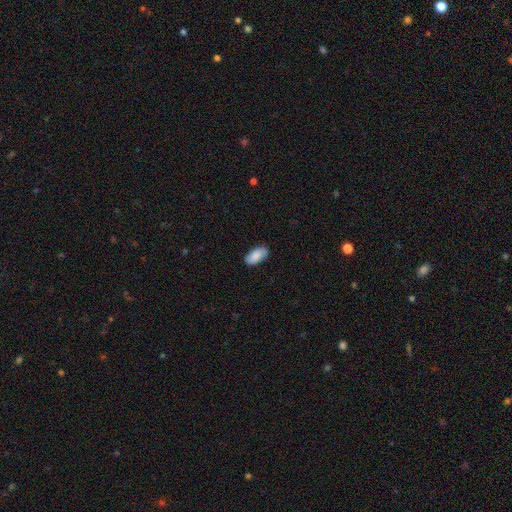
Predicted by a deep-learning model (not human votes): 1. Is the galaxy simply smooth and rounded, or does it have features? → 82% smooth, 11% featured or disk, 6% star or artifact.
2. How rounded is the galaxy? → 94% in between, 3% cigar-shaped, 3% round.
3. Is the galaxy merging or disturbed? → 81% none, 15% minor disturbance, 3% major disturbance, 1% merger.